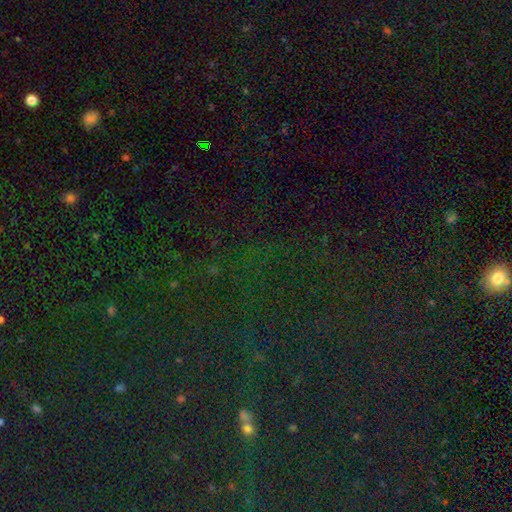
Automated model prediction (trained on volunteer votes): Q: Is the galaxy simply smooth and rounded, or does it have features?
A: star or artifact — 82%.